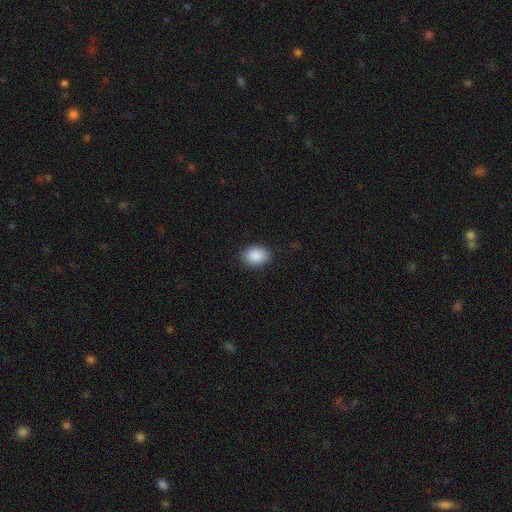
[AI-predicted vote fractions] smooth 90%, star or artifact 7%, featured or disk 4%. Down the decision tree: how rounded — in between (80%); merging — none (86%).